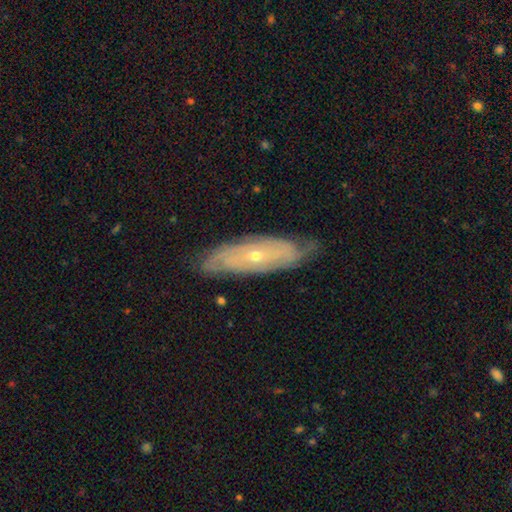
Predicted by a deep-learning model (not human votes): smooth-or-featured: featured or disk: 75% | smooth: 19% | star or artifact: 6%
  disk-edge-on: no: 80% | yes: 20%
    bar: no: 78% | weak: 17% | strong: 5%
    has-spiral-arms: yes: 84% | no: 16%
      spiral-winding: tight: 68% | medium: 24% | loose: 8%
      spiral-arm-count: can't tell: 54% | 2: 25% | 3: 8% | 4: 6% | 1: 4% | more than 4: 4%
    bulge-size: small: 66% | moderate: 31% | large: 1% | none: 1% | dominant: 1%
  merging: none: 71% | minor disturbance: 22% | major disturbance: 5% | merger: 1%